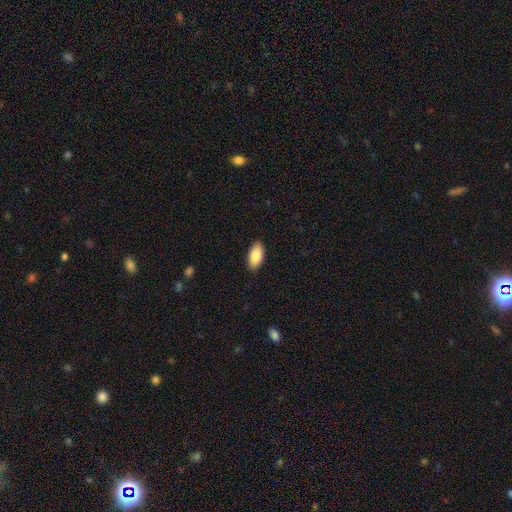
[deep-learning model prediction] smooth_or_featured: smooth (p=0.85) [alt: featured or disk p=0.09]
how_rounded: in between (p=0.93) [alt: cigar-shaped p=0.05]
merging: none (p=0.89) [alt: minor disturbance p=0.08]